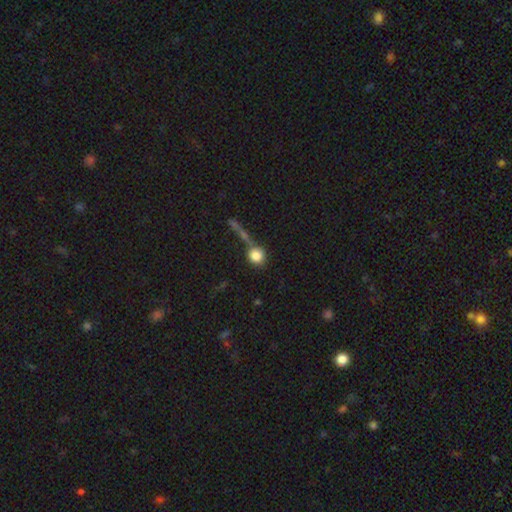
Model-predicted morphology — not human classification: This appears to be a smooth galaxy with no disk features (79%) that is round (86%). Merging: none (52%).